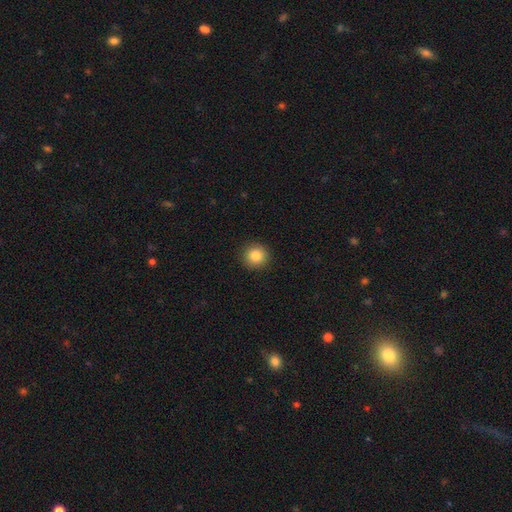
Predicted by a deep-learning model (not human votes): Morphology: type=smooth (84%); roundness=round (94%); merging=none (92%).